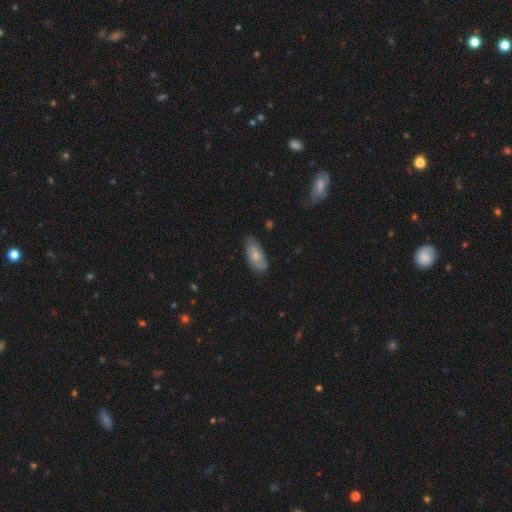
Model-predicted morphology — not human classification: This is likely a smooth galaxy (65%). How rounded: clearly in between (88%). Merging: likely none (71%).